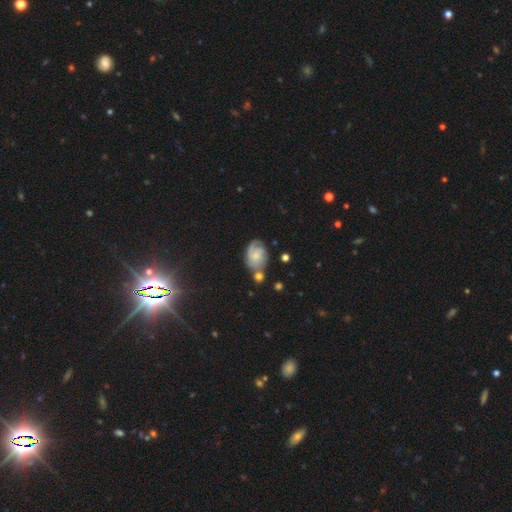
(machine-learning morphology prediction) The model was most divided on "spiral arm count": 2: 44%, can't tell: 27%, 1: 15%, 3: 10%, 4: 2%, more than 4: 2%. More confident: edge-on disk — no (97%); spiral arms — yes (89%); bar — no (68%); bulge size — small (60%); smooth or featured — featured or disk (59%); spiral winding — tight (53%); merging — none (52%).